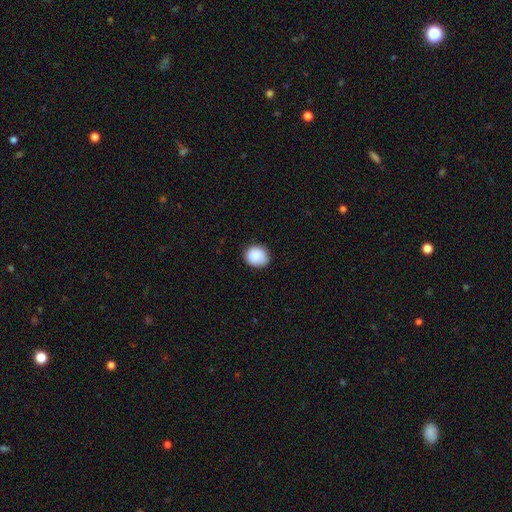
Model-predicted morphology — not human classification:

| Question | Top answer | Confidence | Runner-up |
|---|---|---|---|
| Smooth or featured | smooth | 87% | star or artifact (7%) |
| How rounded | round | 76% | in between (23%) |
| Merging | none | 81% | minor disturbance (15%) |